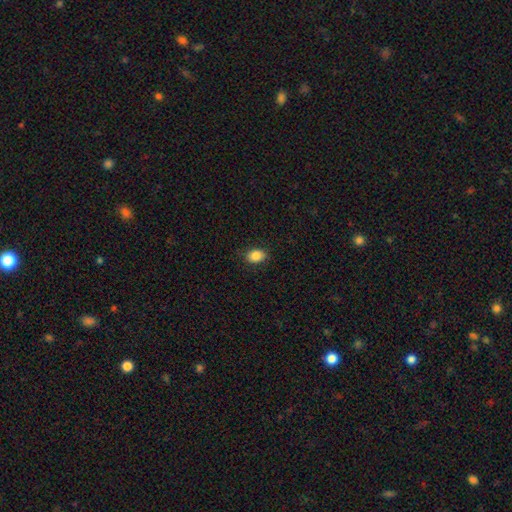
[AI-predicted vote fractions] Q: Smooth or featured?
A: smooth (86%); runner-up: star or artifact (9%)
Q: How rounded?
A: in between (73%); runner-up: round (26%)
Q: Merging?
A: none (85%); runner-up: minor disturbance (11%)